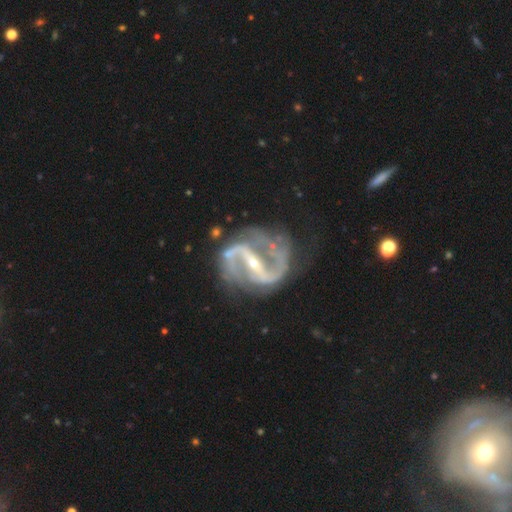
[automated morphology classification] Q: Smooth or featured?
A: featured or disk (84%); runner-up: star or artifact (10%)
Q: Edge-on disk?
A: no (96%); runner-up: yes (4%)
Q: Bar?
A: strong (41%); runner-up: weak (38%)
Q: Spiral arms?
A: yes (92%); runner-up: no (8%)
Q: Spiral winding?
A: medium (50%); runner-up: loose (28%)
Q: Spiral arm count?
A: 2 (90%); runner-up: can't tell (3%)
Q: Bulge size?
A: small (59%); runner-up: moderate (30%)
Q: Merging?
A: none (69%); runner-up: minor disturbance (14%)